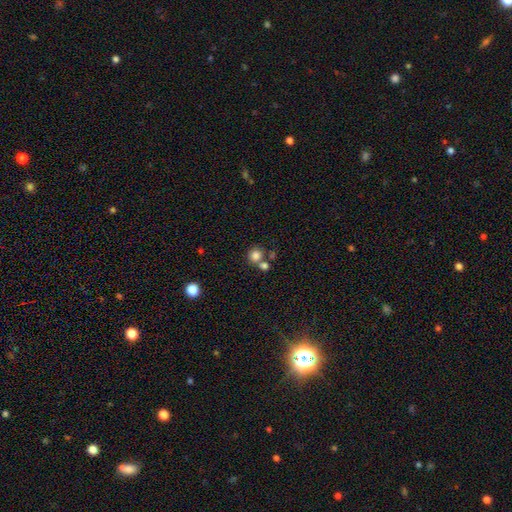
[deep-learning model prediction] This appears to be a smooth galaxy with no disk features (80%) that is round (88%). Merging: none (57%).